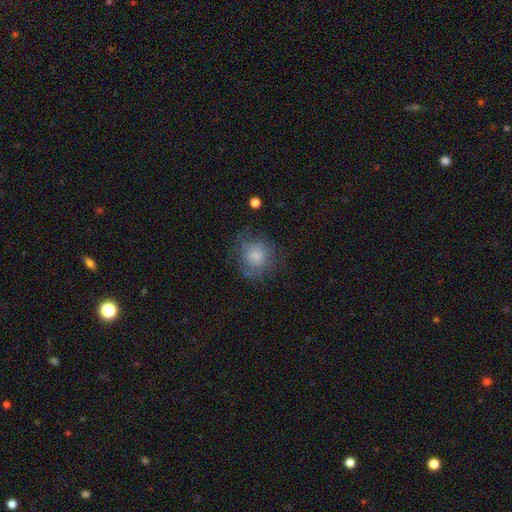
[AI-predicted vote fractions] Smooth or featured?
  - smooth: 70% *
  - featured or disk: 20%
  - star or artifact: 10%
How rounded?
  - round: 82% *
  - in between: 17%
  - cigar-shaped: 1%
Merging?
  - none: 62% *
  - minor disturbance: 22%
  - major disturbance: 14%
  - merger: 2%